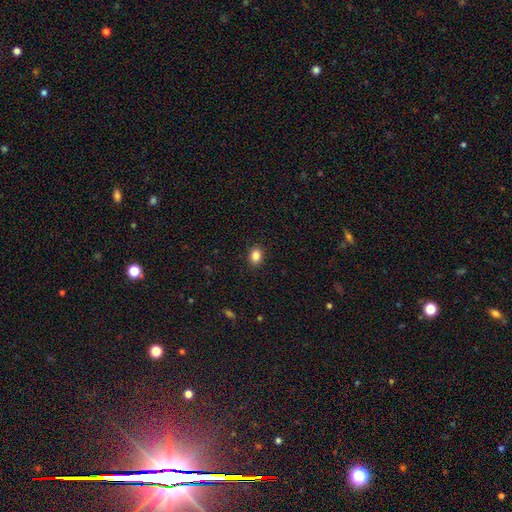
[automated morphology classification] A smooth galaxy with no disk features (85%) that is in between round and cigar-shaped (64%).

Vote fractions:
- Smooth or featured? smooth: 85% / star or artifact: 10% / featured or disk: 5%
- How rounded? in between: 64% / round: 35% / cigar-shaped: 1%
- Merging? none: 90% / minor disturbance: 7% / major disturbance: 2% / merger: 1%